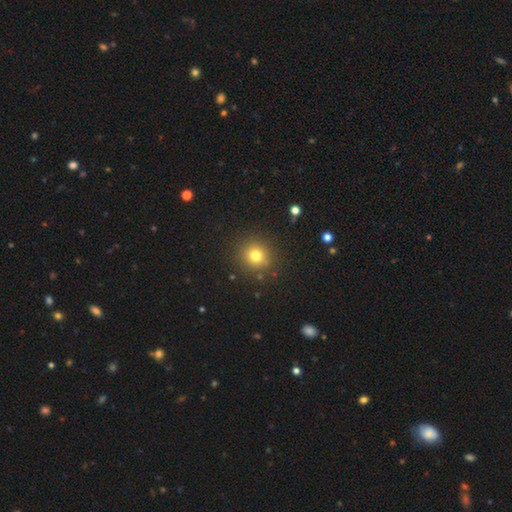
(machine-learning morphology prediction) smooth-or-featured: smooth: 77% | star or artifact: 15% | featured or disk: 8%
  how-rounded: round: 91% | in between: 8% | cigar-shaped: 1%
  merging: none: 88% | minor disturbance: 7% | major disturbance: 3% | merger: 2%